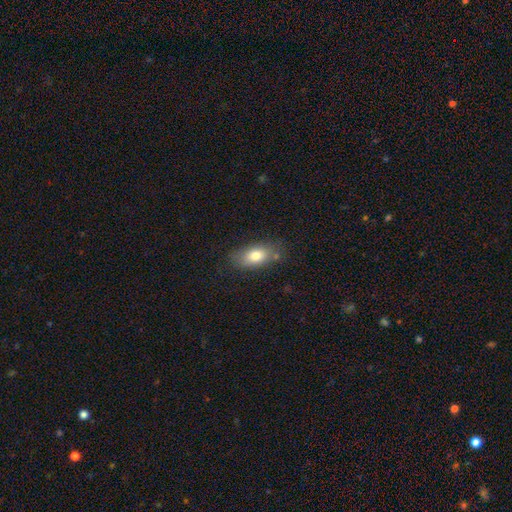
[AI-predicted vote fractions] Smooth or featured?
  - smooth: 78% *
  - featured or disk: 14%
  - star or artifact: 8%
How rounded?
  - in between: 87% *
  - round: 7%
  - cigar-shaped: 6%
Merging?
  - none: 75% *
  - minor disturbance: 17%
  - major disturbance: 4%
  - merger: 4%